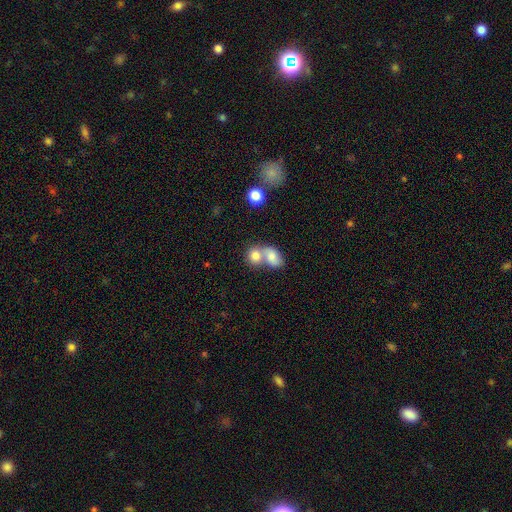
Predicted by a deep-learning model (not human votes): This is likely a smooth galaxy (80%). How rounded: possibly round (52%). Merging: likely merger (65%).